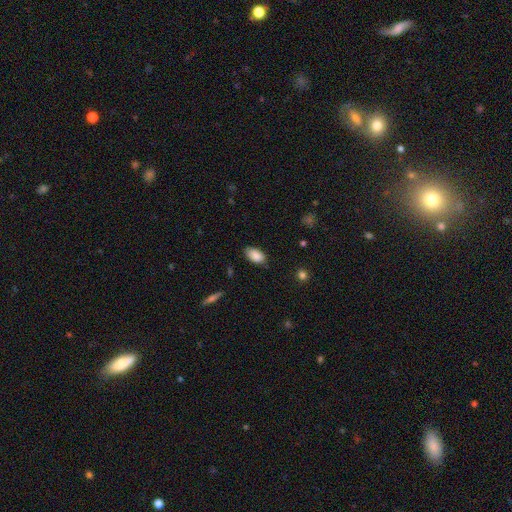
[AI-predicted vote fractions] Smooth or featured? smooth (87%)
How rounded? in between (93%)
Merging? none (82%)